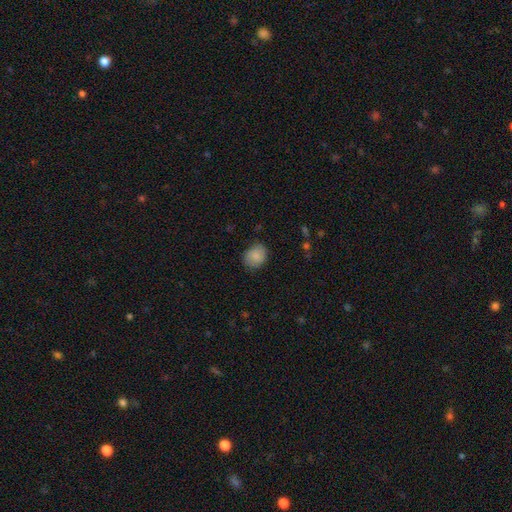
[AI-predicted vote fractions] Smooth or featured? Predicted: smooth (p=0.84). How rounded? Predicted: round (p=0.54). Merging? Predicted: none (p=0.76).